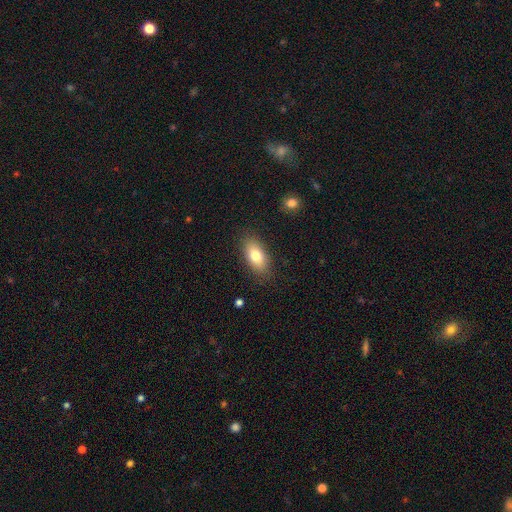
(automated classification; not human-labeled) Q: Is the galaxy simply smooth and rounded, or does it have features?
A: smooth — 78%.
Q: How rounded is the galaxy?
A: in between — 87%.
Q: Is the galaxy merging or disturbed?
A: none — 85%.